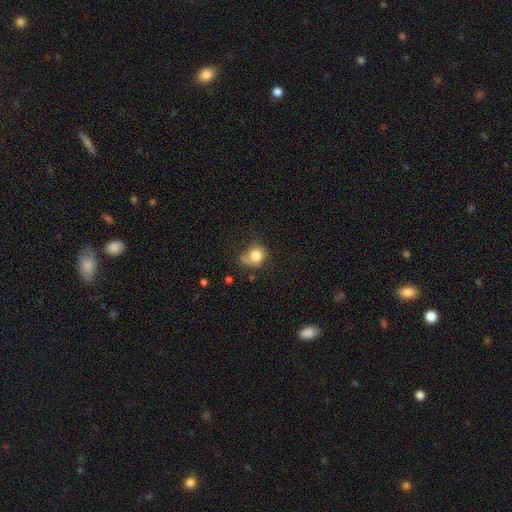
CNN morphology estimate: The model was most divided on "merging": none: 42%, minor disturbance: 30%, major disturbance: 18%, merger: 10%. More confident: smooth or featured — smooth (79%); how rounded — round (70%).